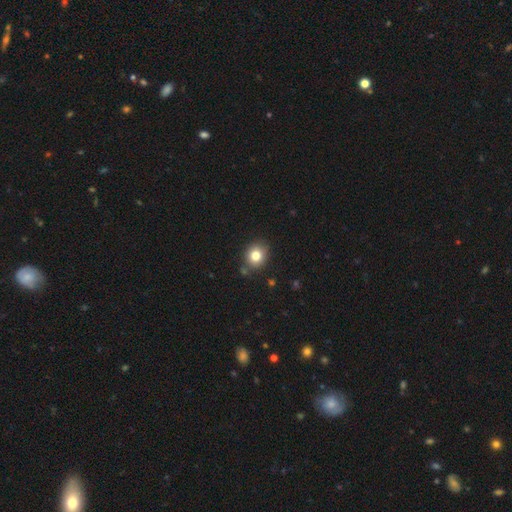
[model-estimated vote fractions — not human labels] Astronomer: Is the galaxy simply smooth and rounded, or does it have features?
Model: smooth — 80%.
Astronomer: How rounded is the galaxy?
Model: round — 73%.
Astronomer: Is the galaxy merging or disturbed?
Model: none — 82%.